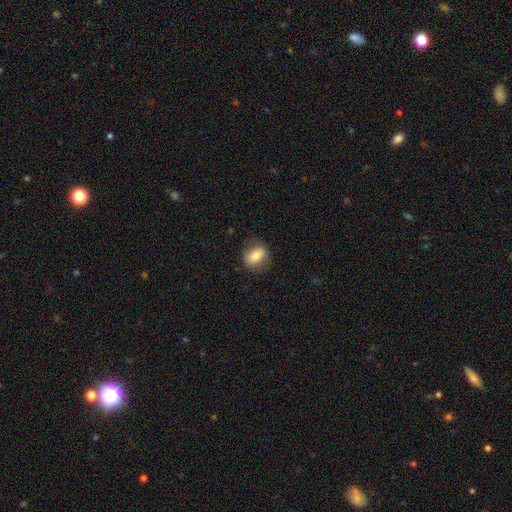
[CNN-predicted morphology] This is likely a smooth galaxy (75%). How rounded: likely in between (68%). Merging: likely none (76%).